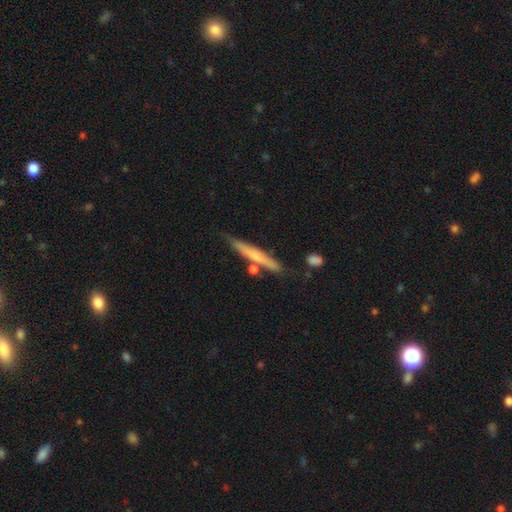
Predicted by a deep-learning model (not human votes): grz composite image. It shows a smooth galaxy with no disk features (50%). Merging: none (75%).